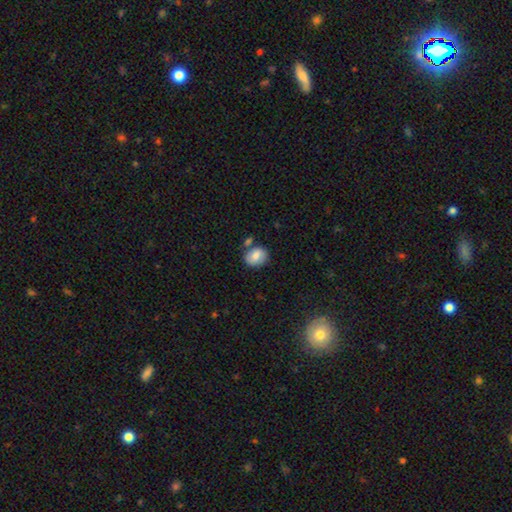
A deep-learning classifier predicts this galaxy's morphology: type=smooth (78%); roundness=round (50%); merging=none (67%).